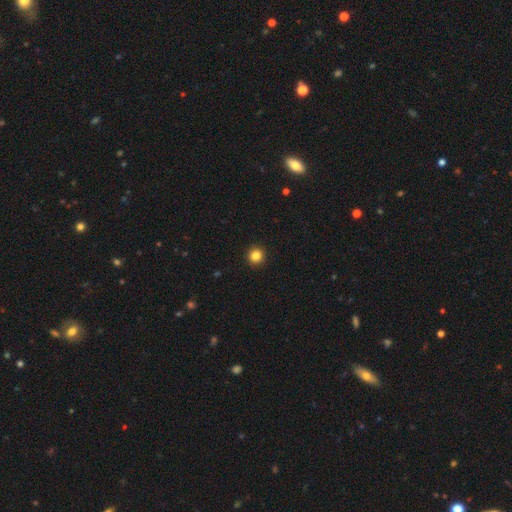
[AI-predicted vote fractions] A smooth galaxy with no disk features (84%) that is round (96%). Merging: none (94%).